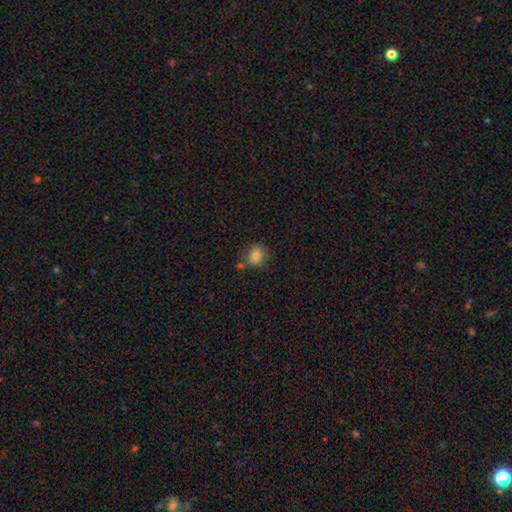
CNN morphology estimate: The model was most divided on "how rounded": round: 71%, in between: 28%, cigar-shaped: 1%. More confident: smooth or featured — smooth (77%); merging — none (66%).